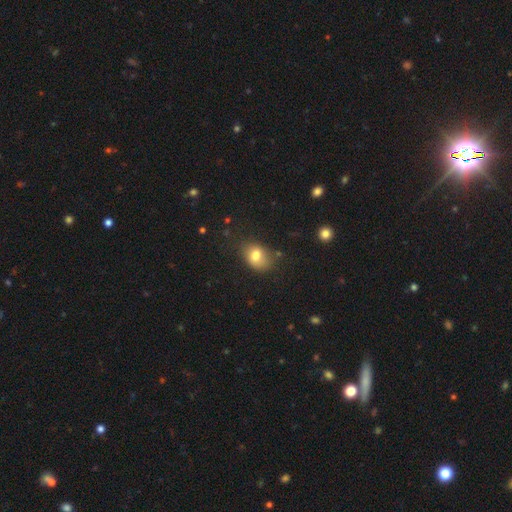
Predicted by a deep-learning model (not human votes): Q: Smooth or featured?
A: smooth (76%); runner-up: featured or disk (13%)
Q: How rounded?
A: in between (69%); runner-up: round (30%)
Q: Merging?
A: none (58%); runner-up: minor disturbance (26%)